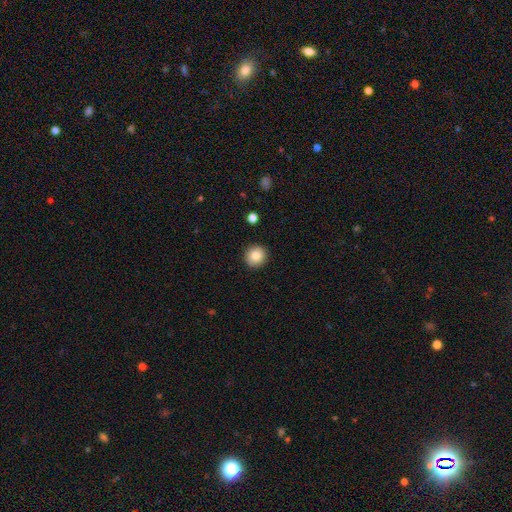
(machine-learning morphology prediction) smooth_or_featured: smooth (p=0.86) [alt: star or artifact p=0.09]
how_rounded: round (p=0.93) [alt: in between p=0.06]
merging: none (p=0.91) [alt: minor disturbance p=0.06]